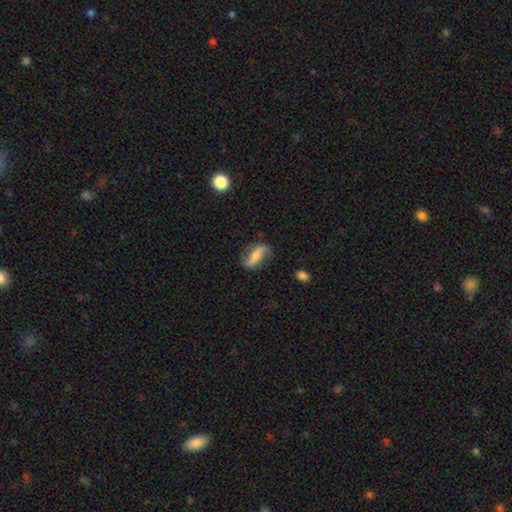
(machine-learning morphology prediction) featured or disk 57%, smooth 34%, star or artifact 9%. Down the decision tree: edge-on disk — no (89%); bar — strong (47%); spiral arms — yes (87%); bulge size — none (40%); merging — none (69%).